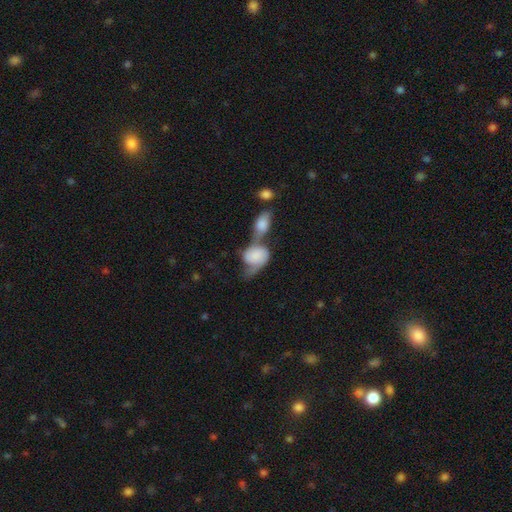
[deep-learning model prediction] Morphology: type=smooth (52%); roundness=in between (72%); merging=merger (63%).